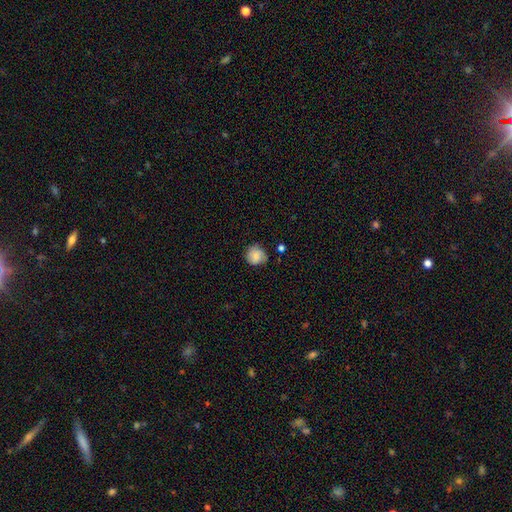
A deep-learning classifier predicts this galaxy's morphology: Smooth or featured: smooth — 77% (featured or disk — 15%)
How rounded: round — 87% (in between — 12%)
Merging: none — 69% (minor disturbance — 24%)